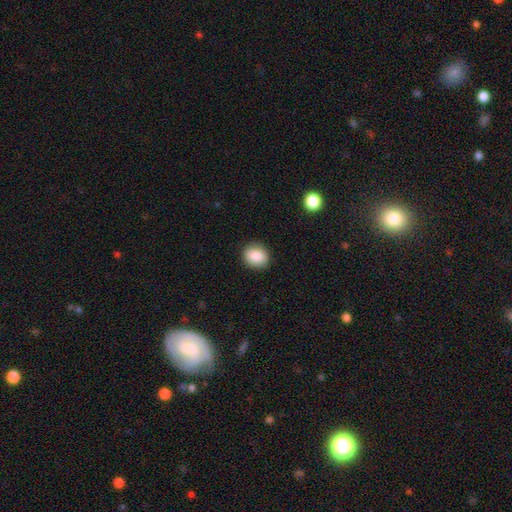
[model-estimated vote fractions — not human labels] Q: Smooth or featured?
A: smooth (86%); runner-up: star or artifact (8%)
Q: How rounded?
A: round (69%); runner-up: in between (30%)
Q: Merging?
A: none (89%); runner-up: minor disturbance (8%)